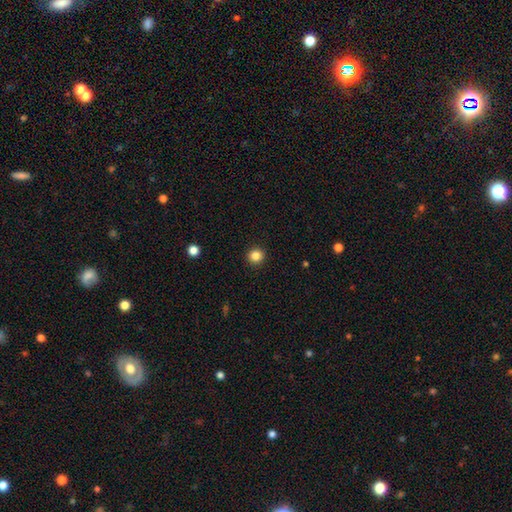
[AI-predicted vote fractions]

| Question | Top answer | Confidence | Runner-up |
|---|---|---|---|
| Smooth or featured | smooth | 85% | star or artifact (11%) |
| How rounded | round | 94% | in between (5%) |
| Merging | none | 93% | minor disturbance (4%) |